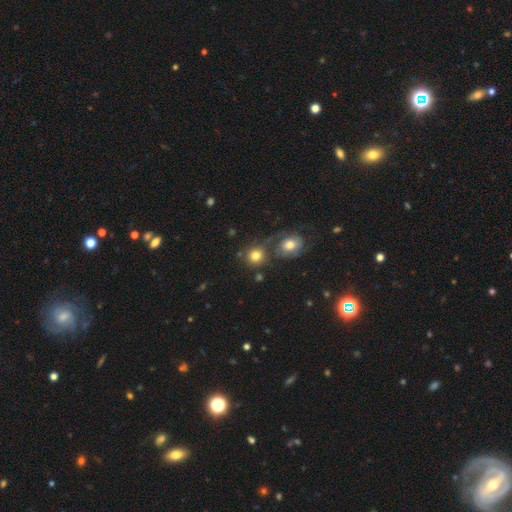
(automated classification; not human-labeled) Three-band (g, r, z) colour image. It shows a smooth galaxy with no disk features (78%) that is round (84%). Merging: none (58%).